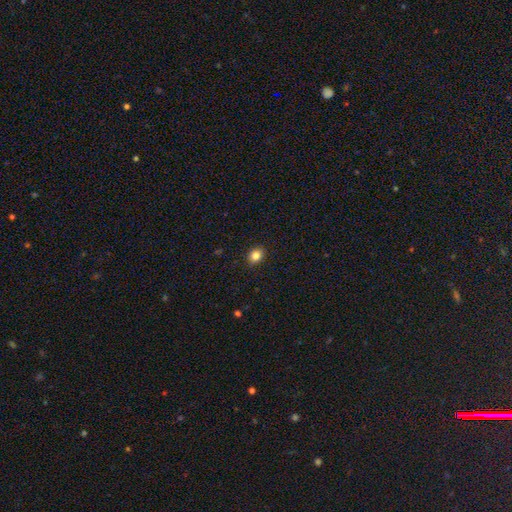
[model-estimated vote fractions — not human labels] smooth_or_featured: smooth (p=0.84) [alt: star or artifact p=0.11]
how_rounded: round (p=0.59) [alt: in between p=0.40]
merging: none (p=0.90) [alt: minor disturbance p=0.07]